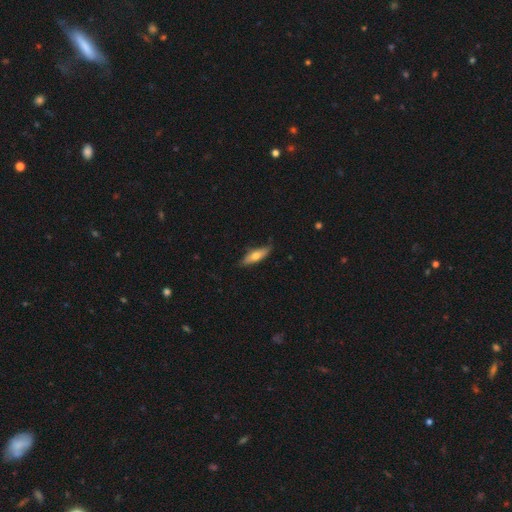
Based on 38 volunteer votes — Smooth or featured: smooth — 66% (featured or disk — 29%)
How rounded: in between — 64% (cigar-shaped — 36%)
Merging: none — 83% (minor disturbance — 14%)